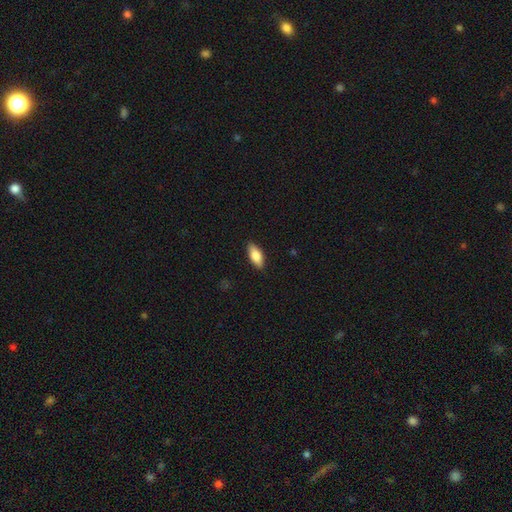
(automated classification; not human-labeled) The model was most divided on "smooth or featured": smooth: 79%, featured or disk: 15%, star or artifact: 6%. More confident: merging — none (88%); how rounded — in between (81%).